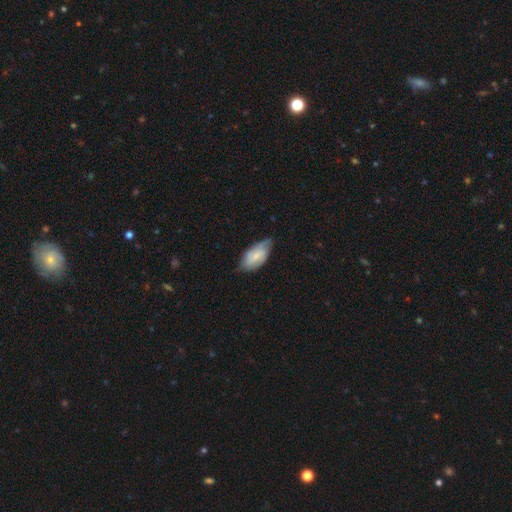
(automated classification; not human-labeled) This is possibly a smooth galaxy (58%). How rounded: clearly in between (92%). Merging: possibly none (57%).